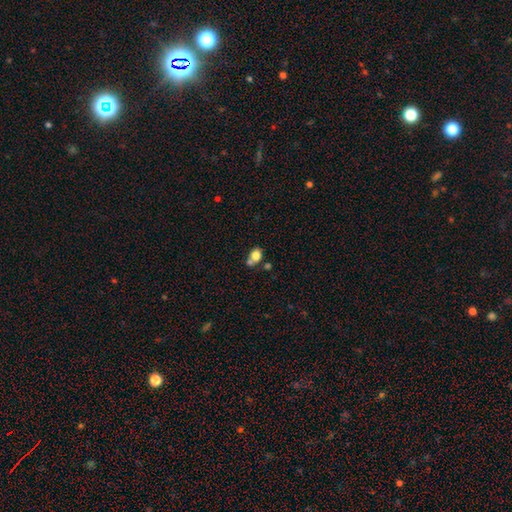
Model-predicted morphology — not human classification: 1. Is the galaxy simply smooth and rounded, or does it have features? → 78% smooth, 12% featured or disk, 10% star or artifact.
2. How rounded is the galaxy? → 60% in between, 39% round, 1% cigar-shaped.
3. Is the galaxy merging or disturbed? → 41% none, 40% merger, 13% minor disturbance, 6% major disturbance.